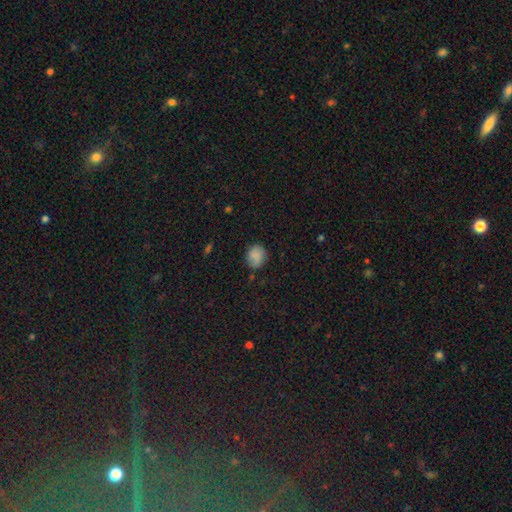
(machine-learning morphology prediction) type=smooth (81%); roundness=round (67%); merging=none (76%).